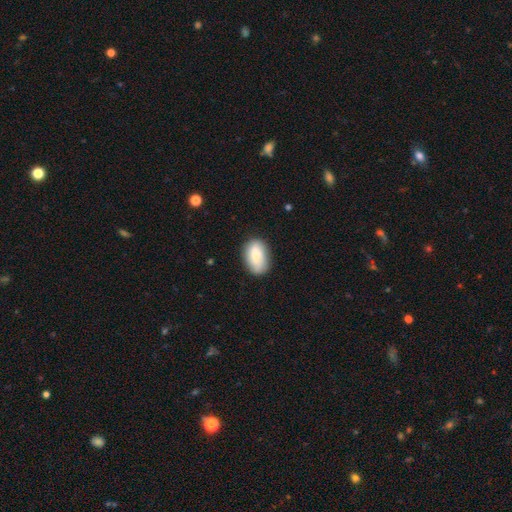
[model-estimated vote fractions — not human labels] smooth_or_featured: smooth (p=0.78) [alt: featured or disk p=0.16]
how_rounded: in between (p=0.90) [alt: round p=0.08]
merging: none (p=0.82) [alt: minor disturbance p=0.14]